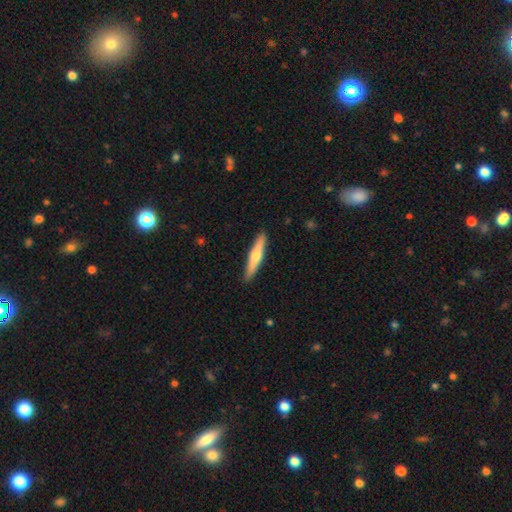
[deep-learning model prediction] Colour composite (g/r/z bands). It shows a smooth galaxy with no disk features (50%) that is cigar-shaped (90%). Merging: none (91%).